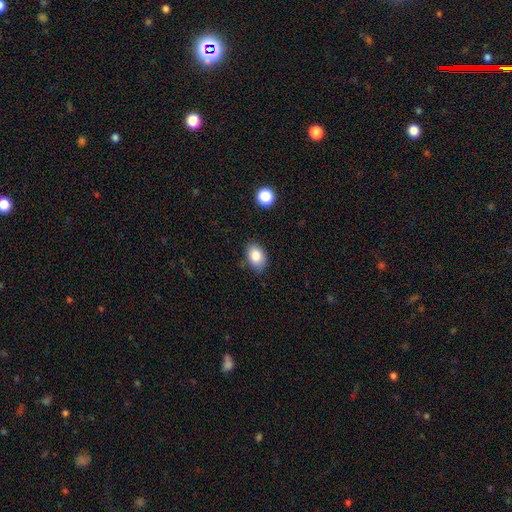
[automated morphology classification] Q: Smooth or featured?
A: smooth (86%); runner-up: star or artifact (8%)
Q: How rounded?
A: in between (85%); runner-up: round (13%)
Q: Merging?
A: none (78%); runner-up: minor disturbance (17%)